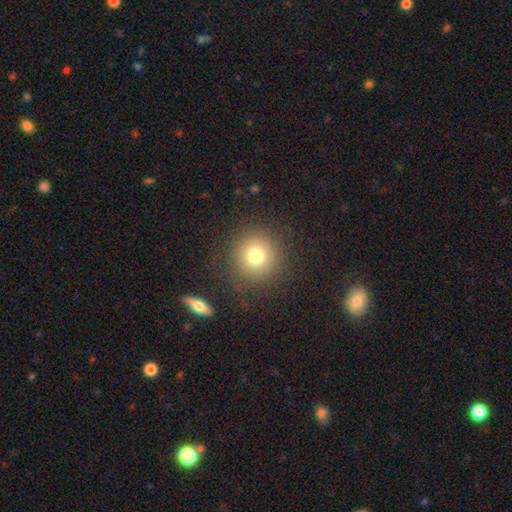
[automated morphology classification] Overall: smooth (75%). How rounded: round (94%). Merging: none (86%).